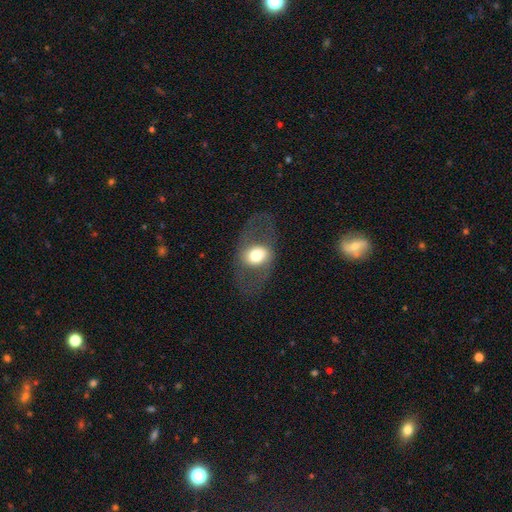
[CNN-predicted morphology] Smooth or featured? smooth (47%)
Merging? none (69%)